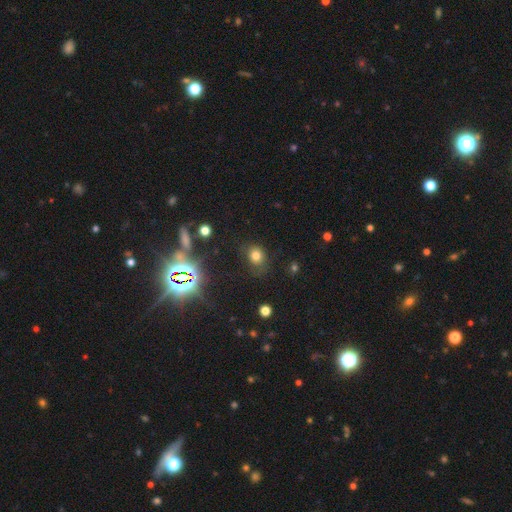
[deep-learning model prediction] Smooth or featured: smooth — 70% (star or artifact — 20%)
How rounded: round — 57% (in between — 42%)
Merging: none — 69% (minor disturbance — 19%)